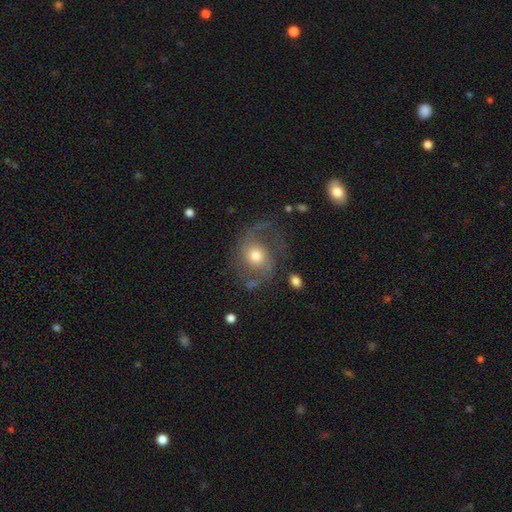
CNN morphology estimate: Overall: featured or disk (74%). Edge-on disk: no (97%). Bar: no (70%). Spiral arms: yes (91%). Spiral arm count: 2 (88%). Spiral winding: medium (45%; loose 44%). Bulge size: moderate (69%). Merging: none (61%).